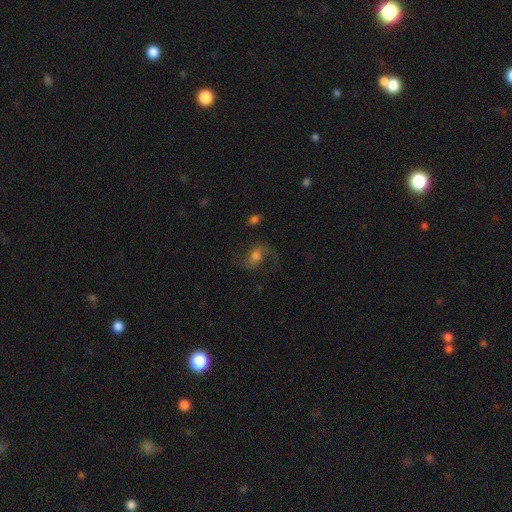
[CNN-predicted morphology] Smooth or featured: featured or disk — 72% (smooth — 18%)
Edge-on disk: no — 97% (yes — 3%)
Bar: no — 45% (weak — 41%)
Spiral arms: yes — 93% (no — 7%)
Spiral winding: loose — 64% (medium — 31%)
Spiral arm count: 2 — 89% (1 — 6%)
Bulge size: moderate — 56% (small — 19%)
Merging: none — 64% (major disturbance — 17%)